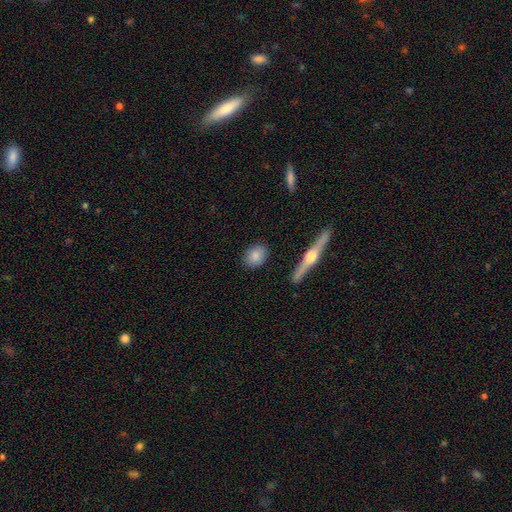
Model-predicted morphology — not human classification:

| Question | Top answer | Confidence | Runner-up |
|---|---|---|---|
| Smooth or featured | smooth | 82% | featured or disk (11%) |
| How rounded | round | 50% | in between (46%) |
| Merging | none | 88% | minor disturbance (8%) |